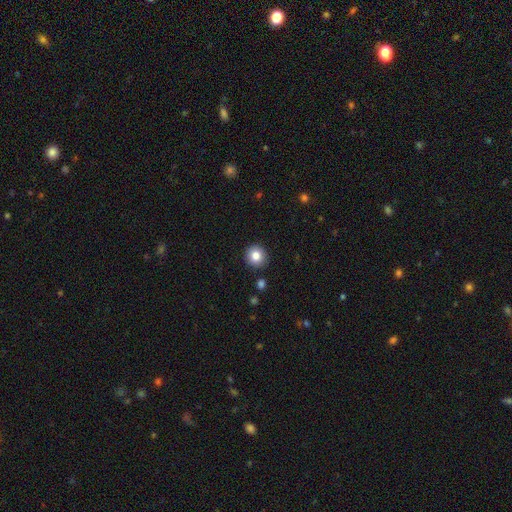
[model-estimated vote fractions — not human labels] This appears to be a smooth galaxy with no disk features (83%) that is round (91%). Merging: none (91%).